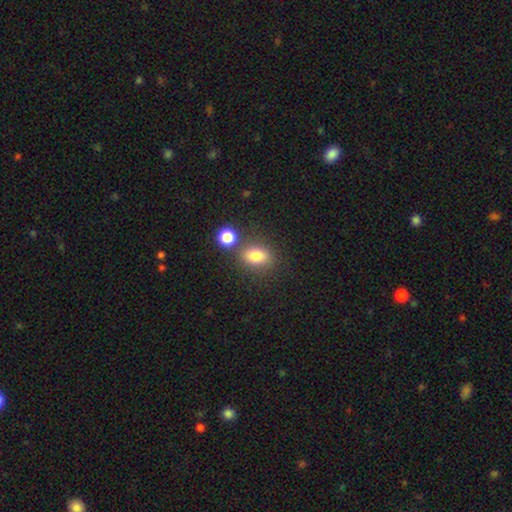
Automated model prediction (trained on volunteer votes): This appears to be a smooth galaxy with no disk features (80%) that is in between round and cigar-shaped (67%). Merging: none (70%).